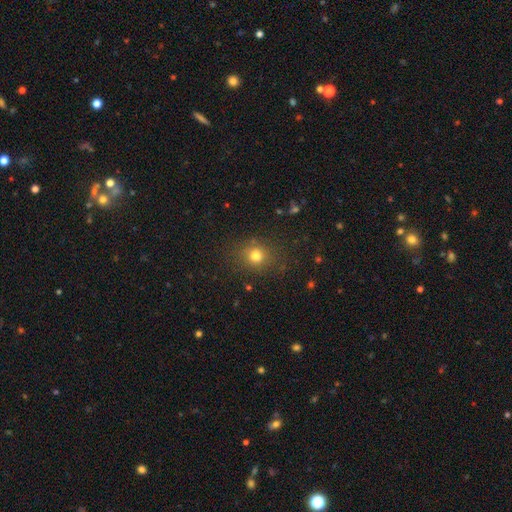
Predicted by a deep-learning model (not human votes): Morphology: type=smooth (76%); roundness=round (79%); merging=none (83%).